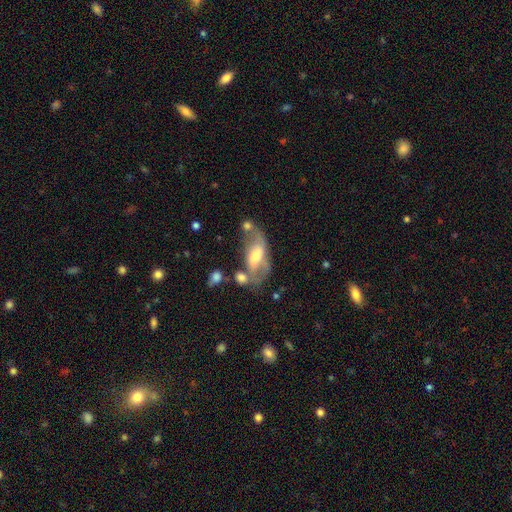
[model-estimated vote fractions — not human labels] This appears to be a featured or disk galaxy (59%) with no bar (43%), spiral arms (60%) and a moderate central bulge (57%). Merging: none (35%).